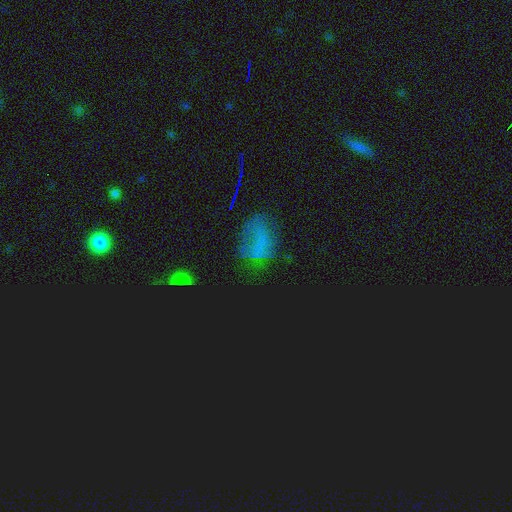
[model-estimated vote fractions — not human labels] smooth-or-featured: smooth: 37% | star or artifact: 36% | featured or disk: 27%
  merging: none: 43% | major disturbance: 29% | minor disturbance: 23% | merger: 5%